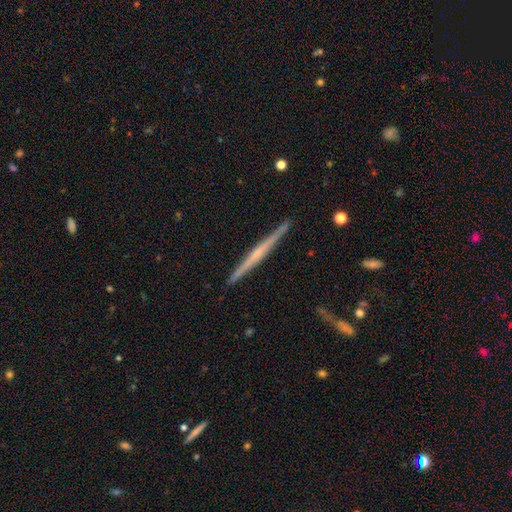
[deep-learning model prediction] Smooth or featured? Predicted: featured or disk (p=0.70). Edge-on disk? Predicted: yes (p=0.98). Edge-on bulge? Predicted: rounded (p=0.46, tied with none). Merging? Predicted: none (p=0.90).